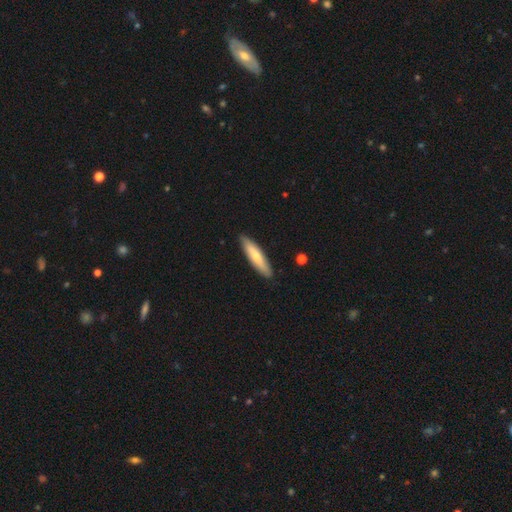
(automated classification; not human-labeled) Smooth or featured: smooth — 64% (featured or disk — 31%)
How rounded: cigar-shaped — 78% (in between — 21%)
Merging: none — 88% (minor disturbance — 9%)